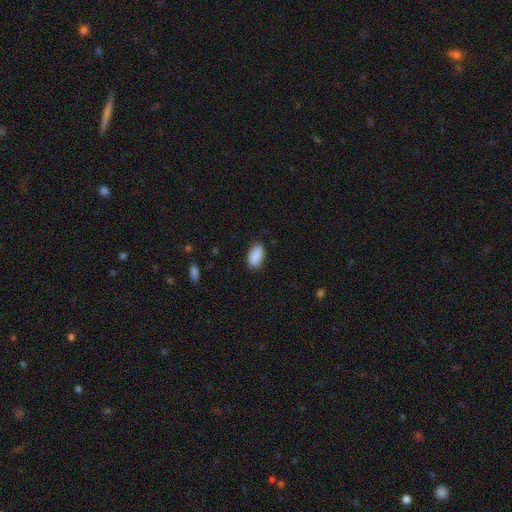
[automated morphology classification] This is clearly a smooth galaxy (90%). How rounded: clearly in between (93%). Merging: clearly none (84%).